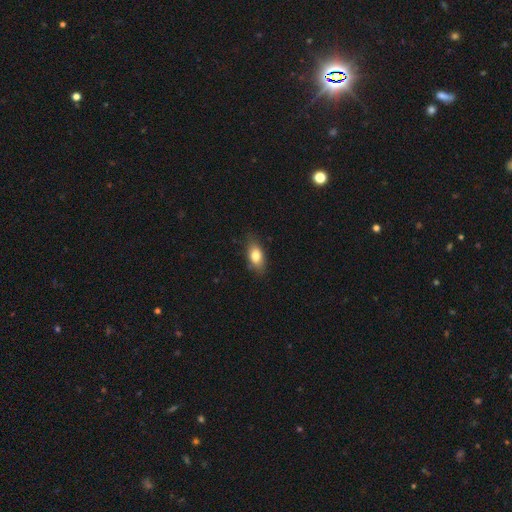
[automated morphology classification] Smooth or featured? smooth (79%)
How rounded? in between (85%)
Merging? none (78%)